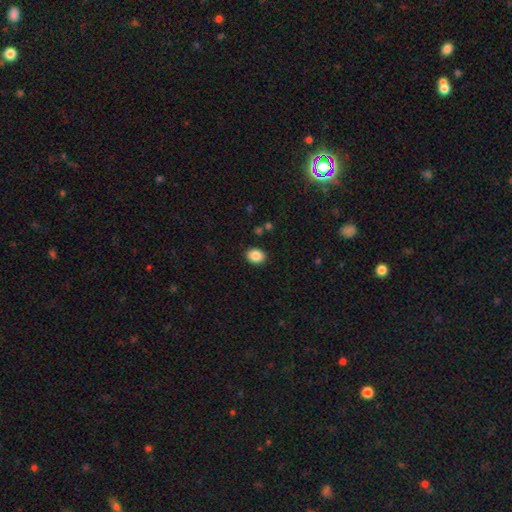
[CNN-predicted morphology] smooth-or-featured: smooth: 87% | star or artifact: 9% | featured or disk: 4%
  how-rounded: in between: 54% | round: 45% | cigar-shaped: 1%
  merging: none: 89% | minor disturbance: 7% | major disturbance: 2% | merger: 1%